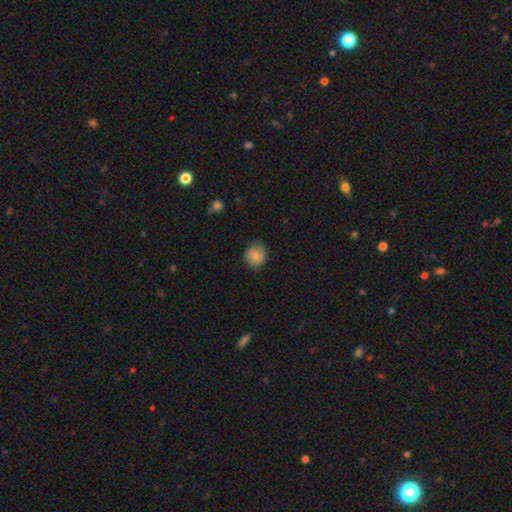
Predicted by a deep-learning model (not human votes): Smooth or featured?
  - smooth: 80% *
  - featured or disk: 12%
  - star or artifact: 8%
How rounded?
  - round: 85% *
  - in between: 14%
  - cigar-shaped: 1%
Merging?
  - none: 80% *
  - minor disturbance: 15%
  - major disturbance: 4%
  - merger: 1%